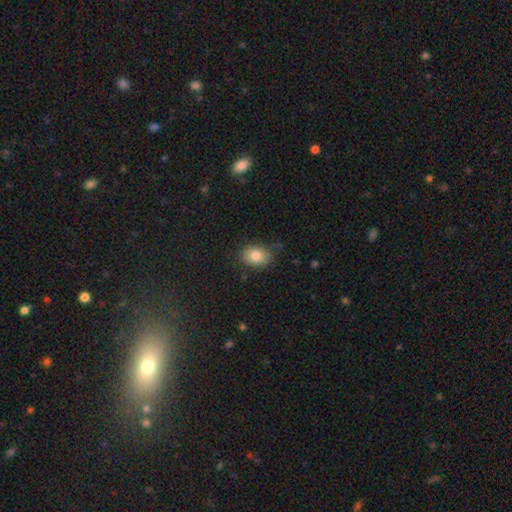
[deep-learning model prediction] Overall: smooth (81%). How rounded: in between (72%). Merging: none (78%).